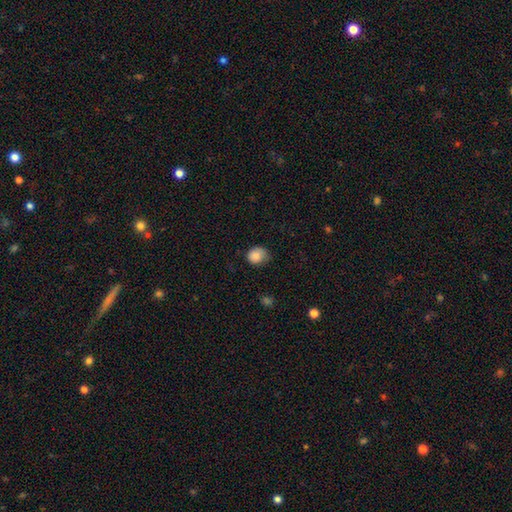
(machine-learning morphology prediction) smooth 84%, star or artifact 8%, featured or disk 7%. Down the decision tree: how rounded — round (69%); merging — none (60%).